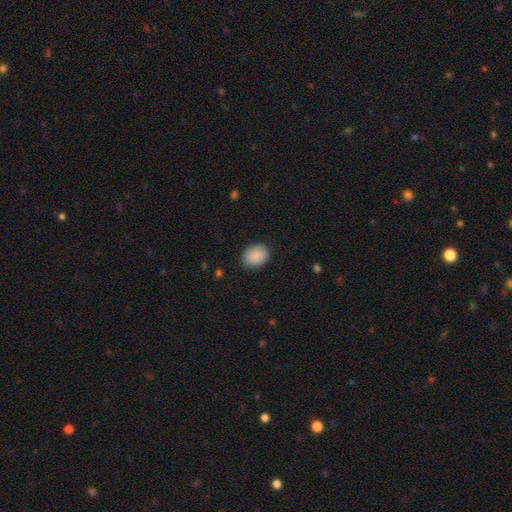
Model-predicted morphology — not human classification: smooth 89%, star or artifact 7%, featured or disk 4%. Down the decision tree: how rounded — in between (52%); merging — none (84%).